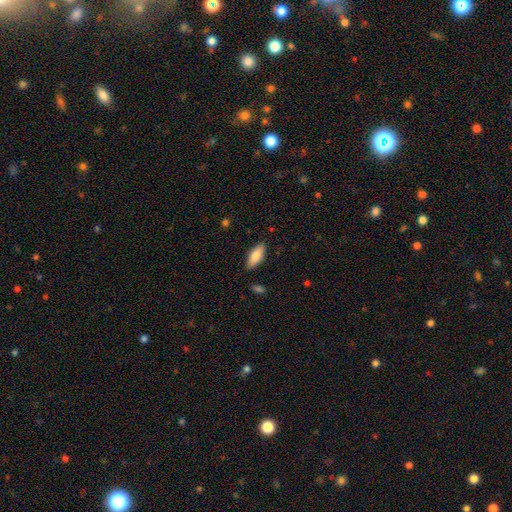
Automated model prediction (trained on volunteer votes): The model was most divided on "how rounded": in between: 77%, cigar-shaped: 22%, round: 2%. More confident: merging — none (86%); smooth or featured — smooth (83%).